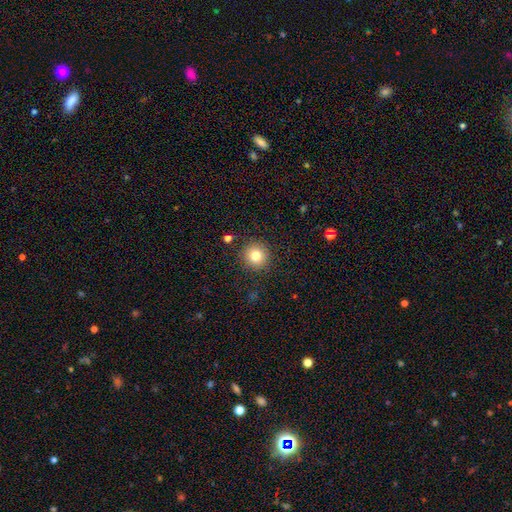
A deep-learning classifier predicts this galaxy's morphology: smooth 80%, star or artifact 11%, featured or disk 8%. Down the decision tree: how rounded — round (95%); merging — none (89%).